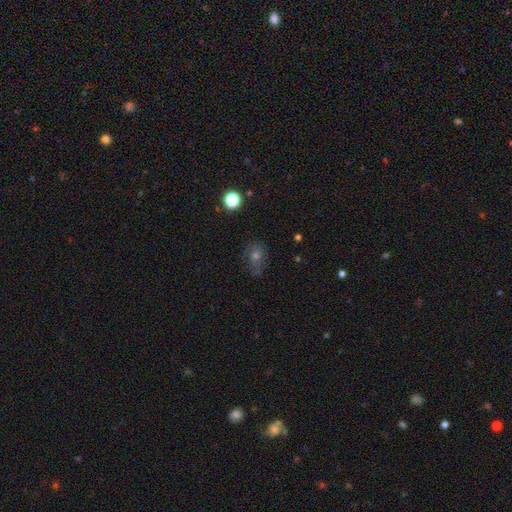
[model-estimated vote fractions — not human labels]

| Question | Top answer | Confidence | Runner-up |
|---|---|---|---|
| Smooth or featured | smooth | 48% | star or artifact (27%) |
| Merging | none | 66% | minor disturbance (22%) |